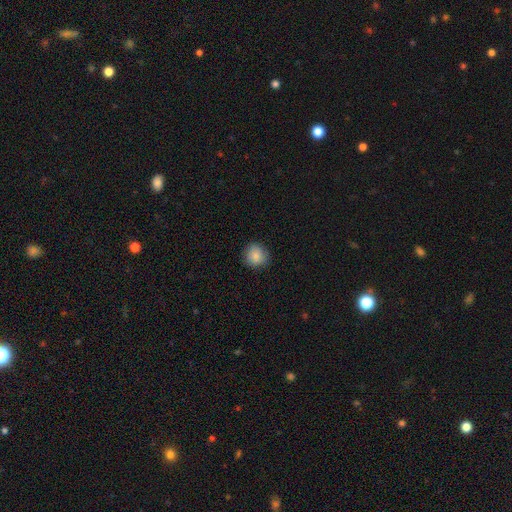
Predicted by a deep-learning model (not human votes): This is clearly a smooth galaxy (84%). How rounded: clearly round (87%). Merging: clearly none (84%).